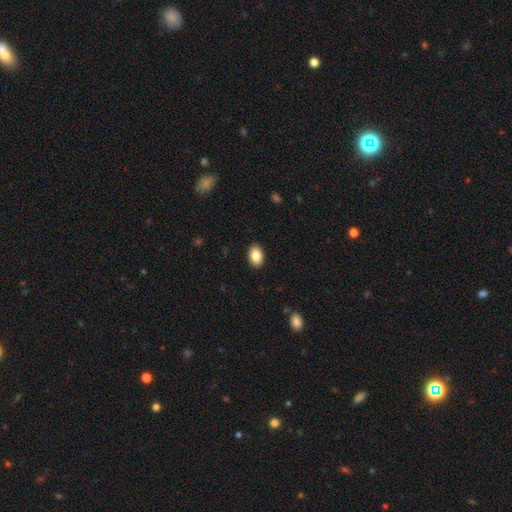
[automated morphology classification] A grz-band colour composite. It shows a smooth galaxy with no disk features (86%) that is in between round and cigar-shaped (85%). Merging: none (90%).